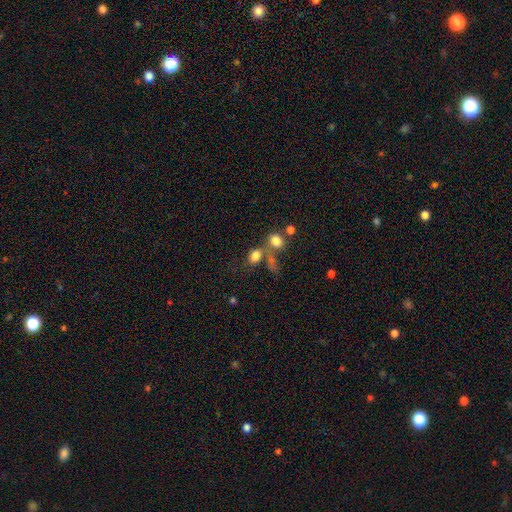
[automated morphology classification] This is likely a smooth galaxy (78%). How rounded: likely in between (64%). Merging: marginally merger (39%, tied with none).